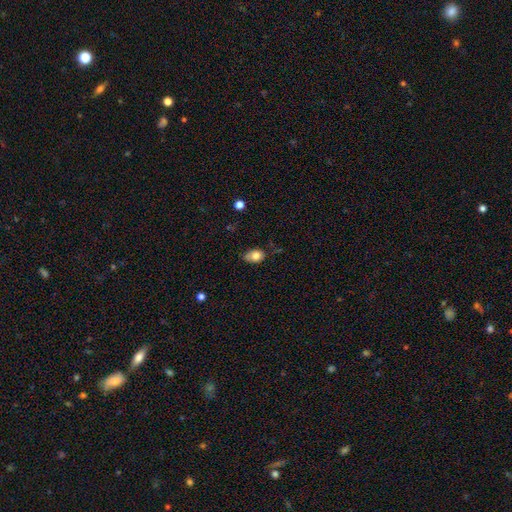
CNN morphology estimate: type=smooth (80%); roundness=in between (80%); merging=none (59%).